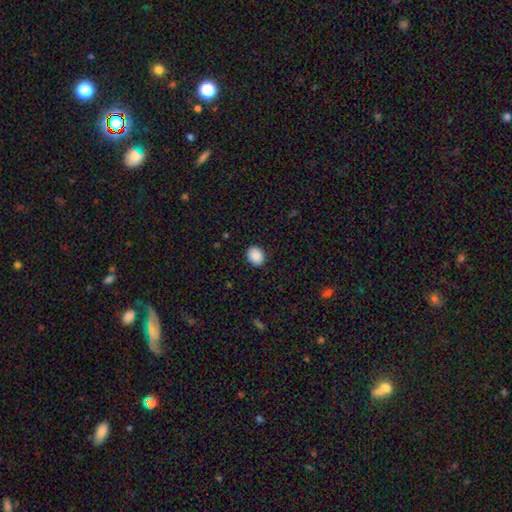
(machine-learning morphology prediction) This is clearly a smooth galaxy (89%). How rounded: possibly round (51%). Merging: clearly none (88%).